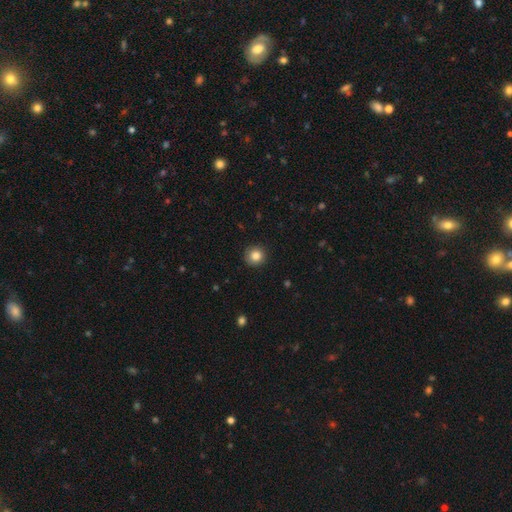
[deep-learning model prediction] smooth_or_featured: smooth (p=0.84) [alt: star or artifact p=0.10]
how_rounded: round (p=0.94) [alt: in between p=0.05]
merging: none (p=0.89) [alt: minor disturbance p=0.08]